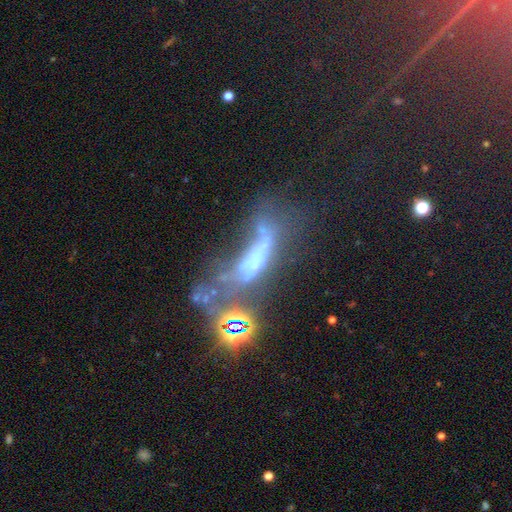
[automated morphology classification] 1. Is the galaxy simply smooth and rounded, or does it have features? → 50% featured or disk, 26% star or artifact, 24% smooth.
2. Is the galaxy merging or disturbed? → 40% major disturbance, 30% merger, 18% none, 12% minor disturbance.